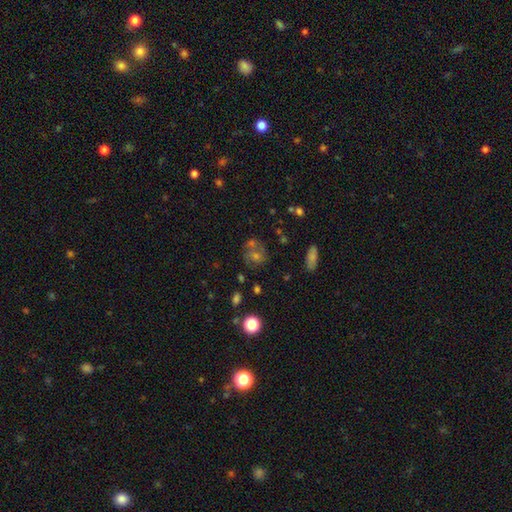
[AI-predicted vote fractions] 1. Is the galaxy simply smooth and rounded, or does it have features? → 46% smooth, 28% featured or disk, 26% star or artifact.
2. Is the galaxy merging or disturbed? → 59% none, 18% merger, 15% minor disturbance, 8% major disturbance.